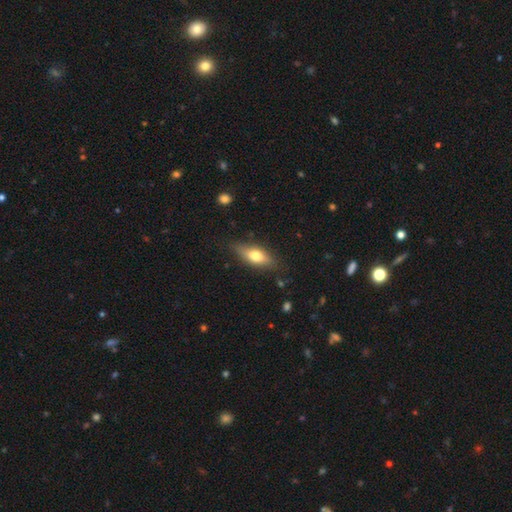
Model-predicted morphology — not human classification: smooth_or_featured: smooth (p=0.62) [alt: featured or disk p=0.31]
how_rounded: in between (p=0.68) [alt: cigar-shaped p=0.28]
merging: none (p=0.80) [alt: minor disturbance p=0.15]